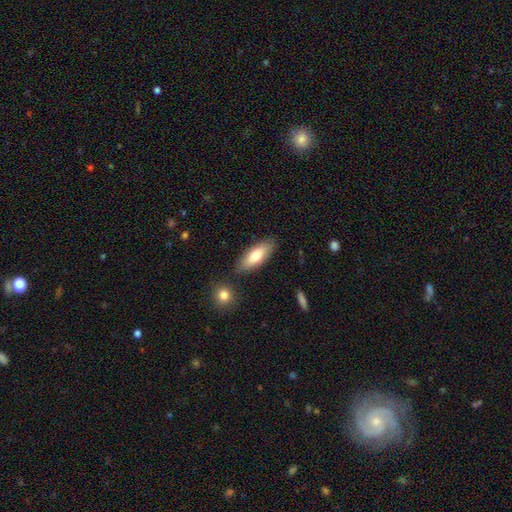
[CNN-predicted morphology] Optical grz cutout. It shows a smooth galaxy with no disk features (75%) that is in between round and cigar-shaped (69%). Merging: none (83%).